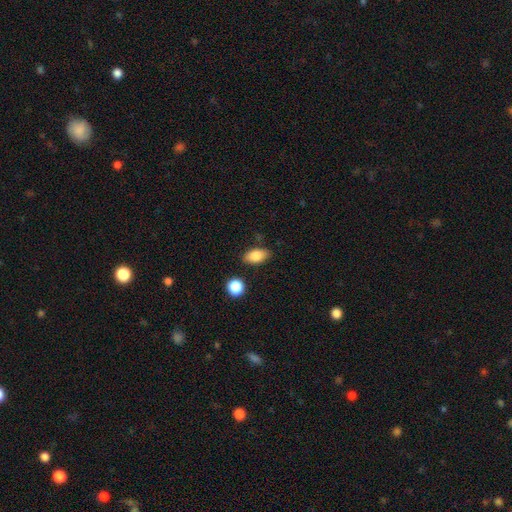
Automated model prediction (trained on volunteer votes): Morphology: type=smooth (83%); roundness=in between (88%); merging=none (82%).